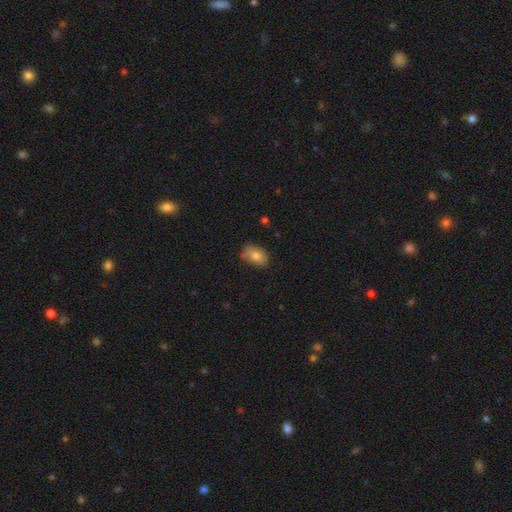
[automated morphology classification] Smooth or featured?
  - smooth: 80% *
  - featured or disk: 11%
  - star or artifact: 8%
How rounded?
  - in between: 83% *
  - round: 15%
  - cigar-shaped: 1%
Merging?
  - none: 71% *
  - minor disturbance: 23%
  - major disturbance: 4%
  - merger: 2%